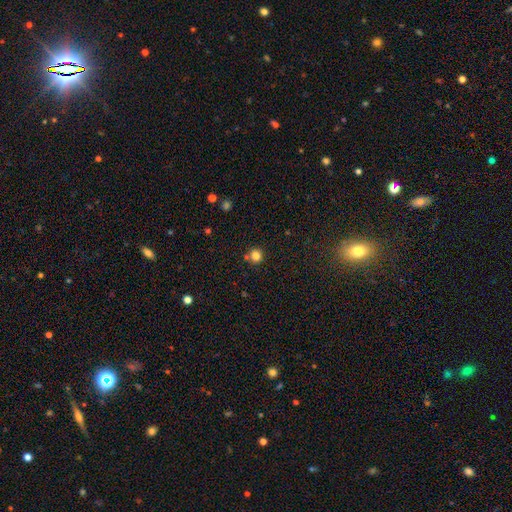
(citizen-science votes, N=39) A smooth galaxy with no disk features (87%) that is round (88%). Merging: none (70%).